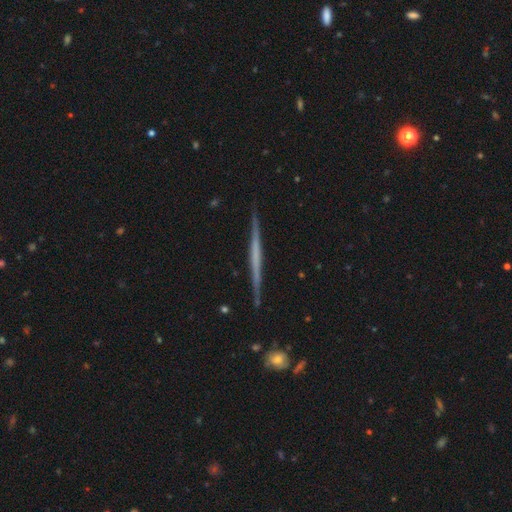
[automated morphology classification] Smooth or featured: featured or disk — 67% (smooth — 28%)
Edge-on disk: yes — 98% (no — 2%)
Edge-on bulge: none — 84% (rounded — 9%)
Merging: none — 91% (minor disturbance — 7%)